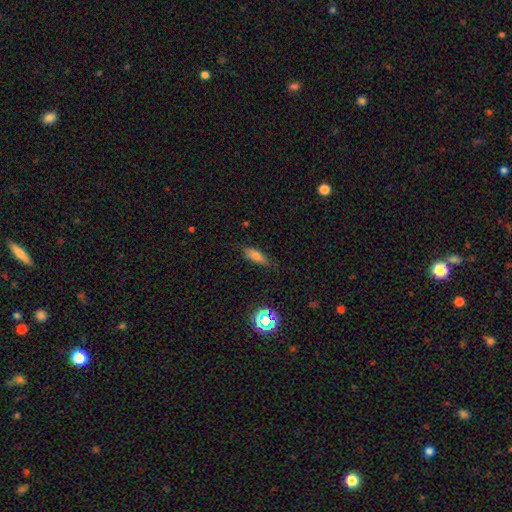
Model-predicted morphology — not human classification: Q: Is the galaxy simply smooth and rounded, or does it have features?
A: smooth — 70%.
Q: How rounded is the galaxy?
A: in between — 61%.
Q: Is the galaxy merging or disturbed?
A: none — 75%.